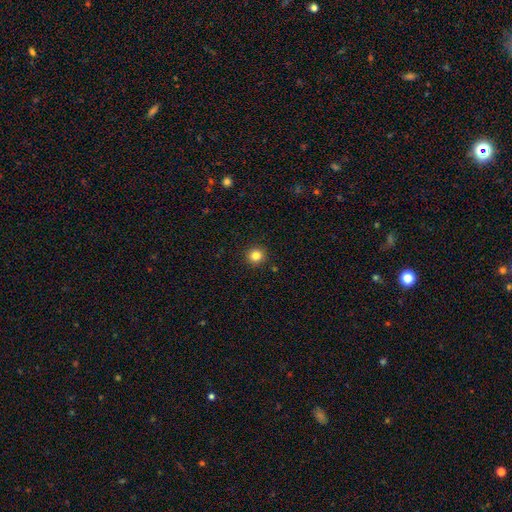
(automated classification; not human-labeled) Smooth or featured: smooth — 83% (star or artifact — 12%)
How rounded: round — 93% (in between — 6%)
Merging: none — 92% (minor disturbance — 5%)